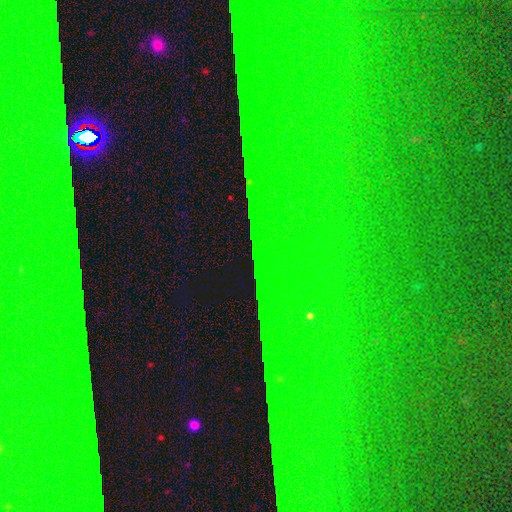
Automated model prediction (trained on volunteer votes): The model was most divided on "smooth or featured": star or artifact: 86%, featured or disk: 8%, smooth: 6%.